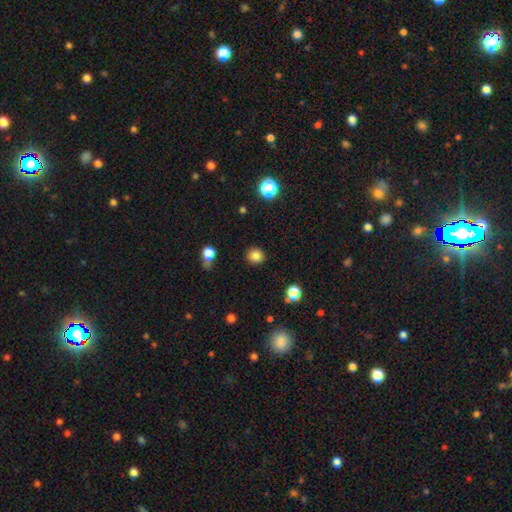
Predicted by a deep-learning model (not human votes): Smooth or featured?
  - smooth: 84% *
  - star or artifact: 12%
  - featured or disk: 4%
How rounded?
  - round: 89% *
  - in between: 10%
  - cigar-shaped: 1%
Merging?
  - none: 89% *
  - minor disturbance: 7%
  - major disturbance: 2%
  - merger: 2%